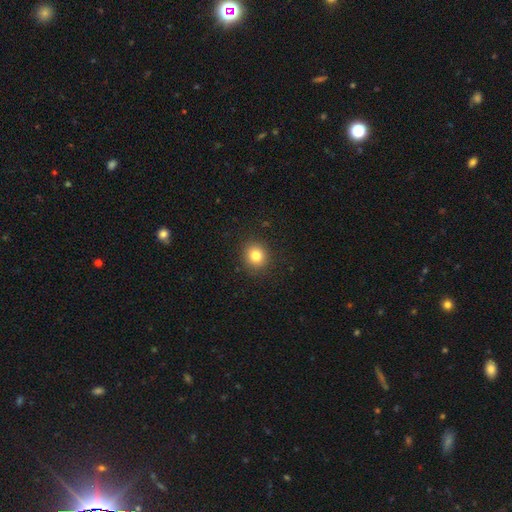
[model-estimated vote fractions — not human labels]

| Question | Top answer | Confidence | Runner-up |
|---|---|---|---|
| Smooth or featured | smooth | 81% | star or artifact (12%) |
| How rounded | round | 87% | in between (12%) |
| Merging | none | 90% | minor disturbance (6%) |